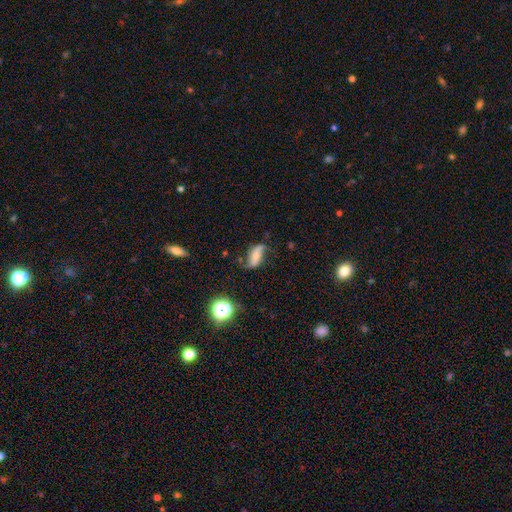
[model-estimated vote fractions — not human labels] Smooth or featured? featured or disk (50%)
Merging? none (58%)